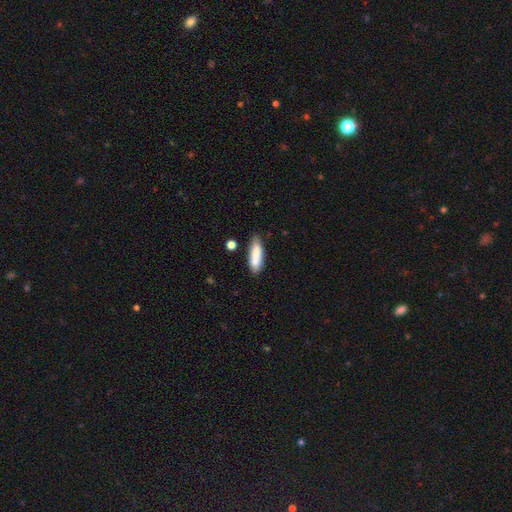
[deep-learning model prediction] Smooth or featured?
  - smooth: 84% *
  - featured or disk: 9%
  - star or artifact: 7%
How rounded?
  - in between: 52% *
  - cigar-shaped: 47%
  - round: 2%
Merging?
  - none: 73% *
  - minor disturbance: 18%
  - merger: 5%
  - major disturbance: 4%